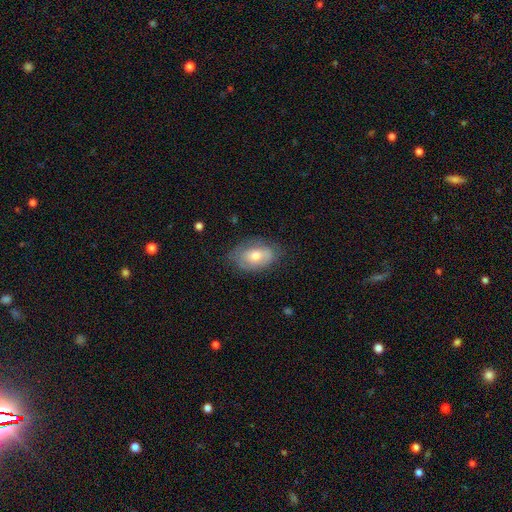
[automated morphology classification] Smooth or featured? Predicted: smooth (p=0.57). How rounded? Predicted: in between (p=0.88). Merging? Predicted: none (p=0.69).